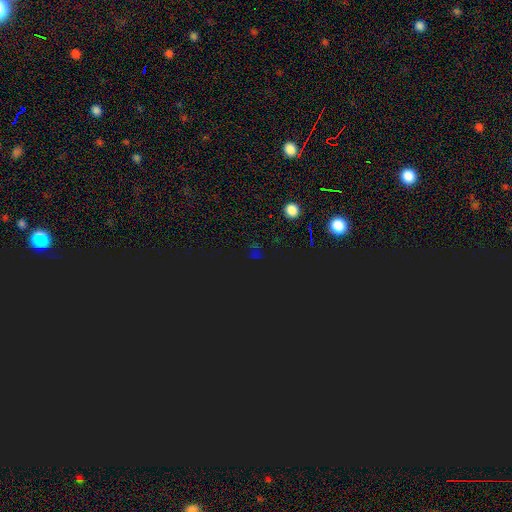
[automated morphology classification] A star or artifact, not a galaxy (75%).